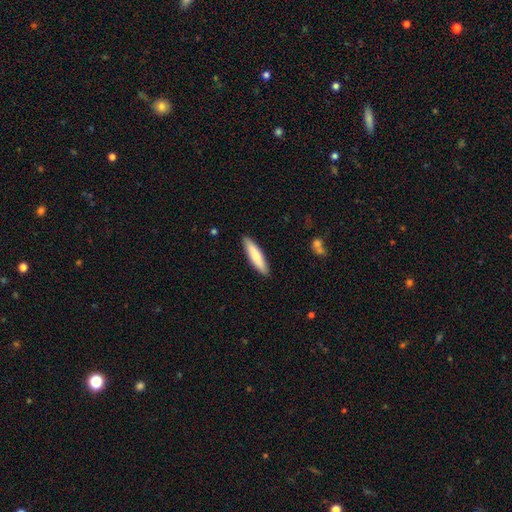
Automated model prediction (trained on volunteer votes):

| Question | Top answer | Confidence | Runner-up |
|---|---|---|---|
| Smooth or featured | smooth | 76% | featured or disk (19%) |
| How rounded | cigar-shaped | 80% | in between (19%) |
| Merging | none | 90% | minor disturbance (7%) |